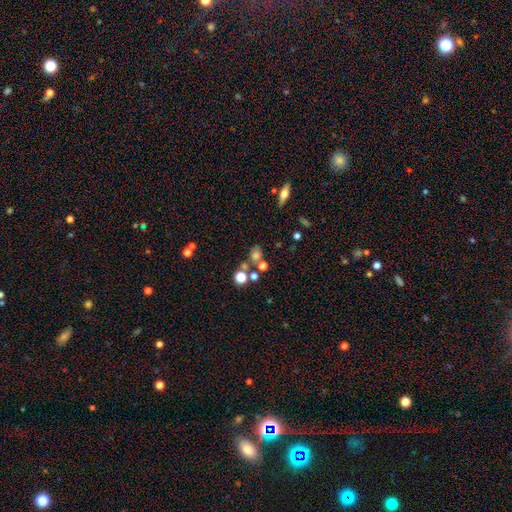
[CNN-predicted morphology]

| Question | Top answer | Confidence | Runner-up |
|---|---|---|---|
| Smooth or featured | smooth | 64% | star or artifact (21%) |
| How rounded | round | 59% | in between (39%) |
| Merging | none | 51% | merger (27%) |